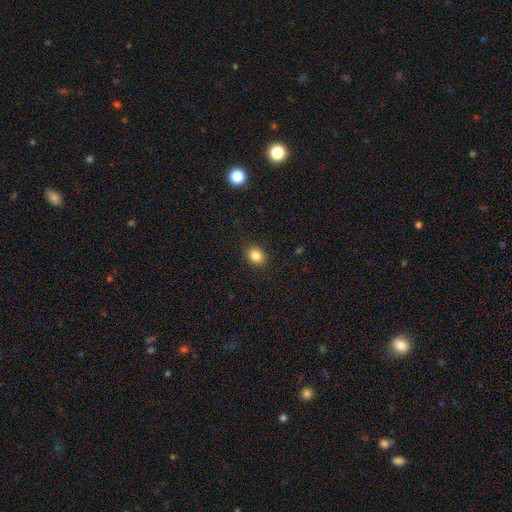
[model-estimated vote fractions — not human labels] This appears to be a smooth galaxy with no disk features (85%) that is round (55%). Merging: none (89%).